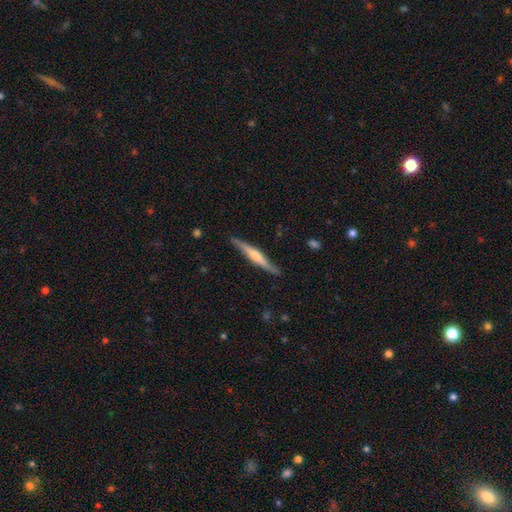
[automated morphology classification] This appears to be a featured or disk galaxy (61%) viewed edge-on (95%) with a rounded central bulge (61%). Merging: none (86%).